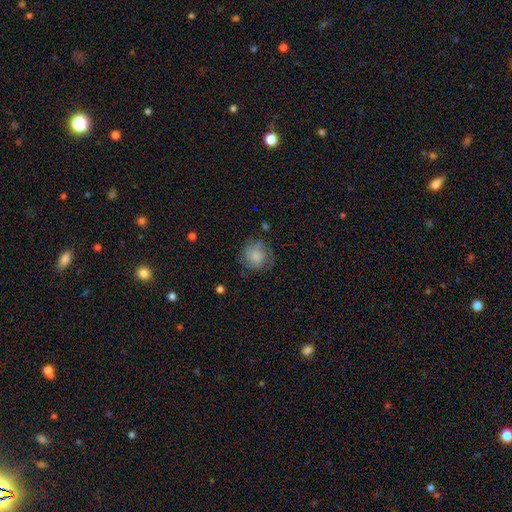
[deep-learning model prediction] smooth_or_featured: smooth (p=0.67) [alt: featured or disk p=0.24]
how_rounded: round (p=0.88) [alt: in between p=0.11]
merging: none (p=0.70) [alt: minor disturbance p=0.20]